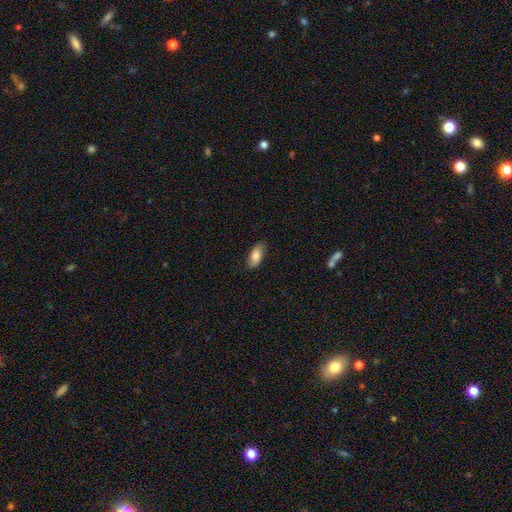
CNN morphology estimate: This is likely a smooth galaxy (78%). How rounded: clearly in between (88%). Merging: clearly none (82%).